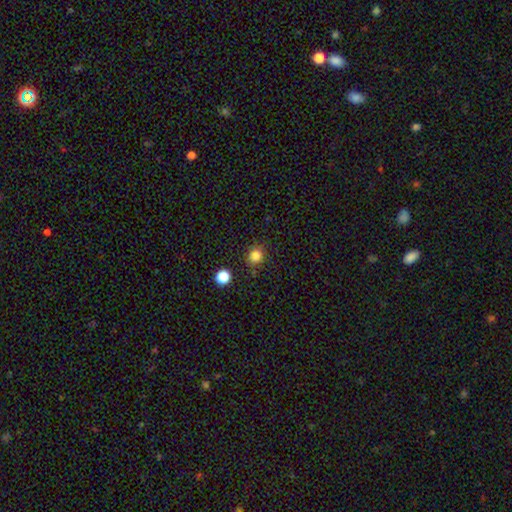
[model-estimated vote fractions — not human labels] Morphology: type=smooth (83%); roundness=round (84%); merging=none (85%).